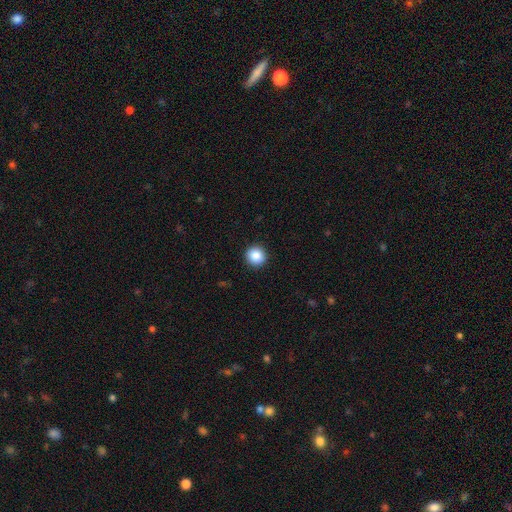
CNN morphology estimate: smooth_or_featured: smooth (p=0.88) [alt: star or artifact p=0.09]
how_rounded: round (p=0.94) [alt: in between p=0.05]
merging: none (p=0.93) [alt: minor disturbance p=0.05]